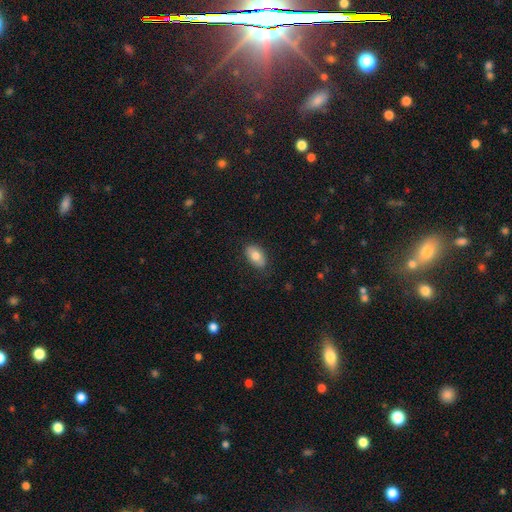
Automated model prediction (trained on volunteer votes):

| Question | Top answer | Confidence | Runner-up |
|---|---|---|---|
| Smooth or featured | smooth | 79% | featured or disk (14%) |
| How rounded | in between | 91% | round (7%) |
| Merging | none | 83% | minor disturbance (13%) |